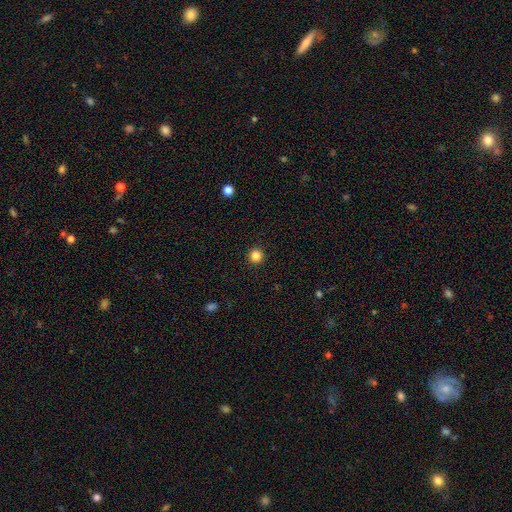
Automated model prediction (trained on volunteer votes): This is clearly a smooth galaxy (84%). How rounded: clearly round (96%). Merging: clearly none (93%).